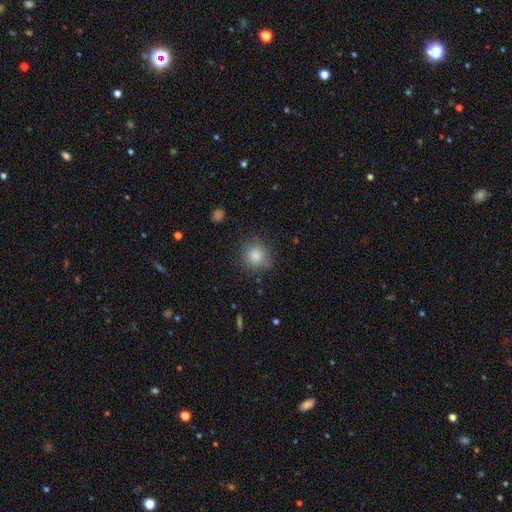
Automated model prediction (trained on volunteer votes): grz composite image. It shows a smooth galaxy with no disk features (85%) that is round (90%). Merging: none (82%).